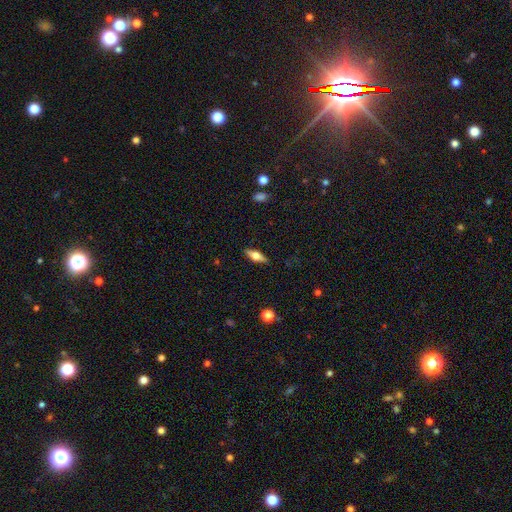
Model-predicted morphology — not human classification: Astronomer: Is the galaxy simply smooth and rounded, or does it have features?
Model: featured or disk — 52% (runner-up: smooth, 41%).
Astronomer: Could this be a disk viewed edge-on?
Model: yes — 92%.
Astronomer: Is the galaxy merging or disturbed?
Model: none — 88%.